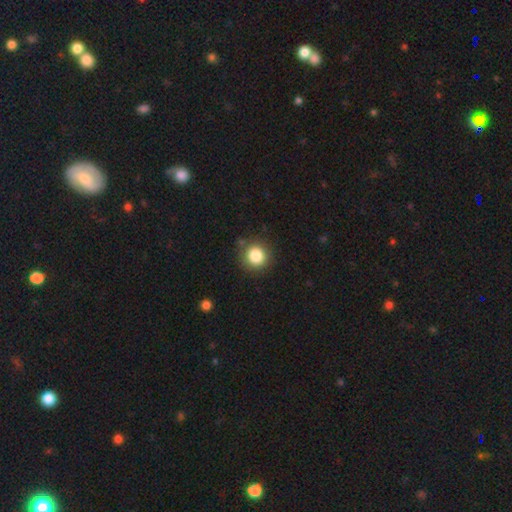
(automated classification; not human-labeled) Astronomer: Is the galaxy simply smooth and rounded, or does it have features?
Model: smooth — 84%.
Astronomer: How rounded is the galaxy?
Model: round — 92%.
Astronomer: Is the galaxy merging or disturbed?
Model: none — 86%.